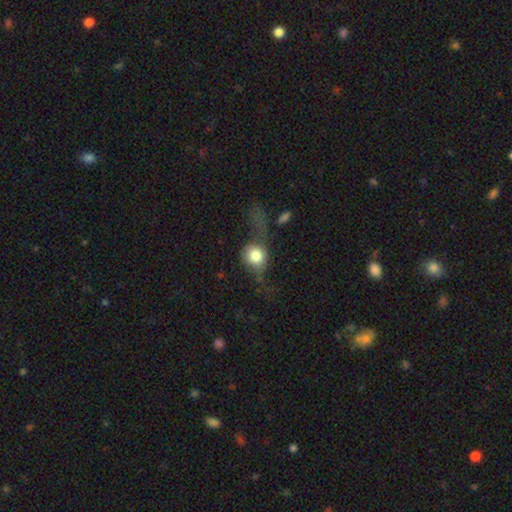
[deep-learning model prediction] This is likely a smooth galaxy (70%). How rounded: likely round (72%). Merging: marginally major disturbance (39%).